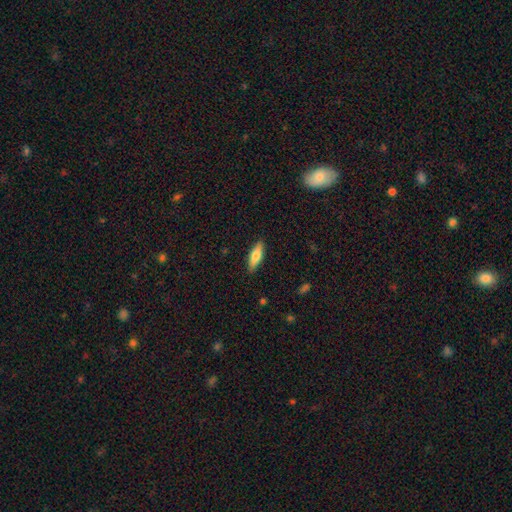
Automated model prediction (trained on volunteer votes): This appears to be a smooth galaxy with no disk features (67%) that is in between round and cigar-shaped (50%). Merging: none (88%).